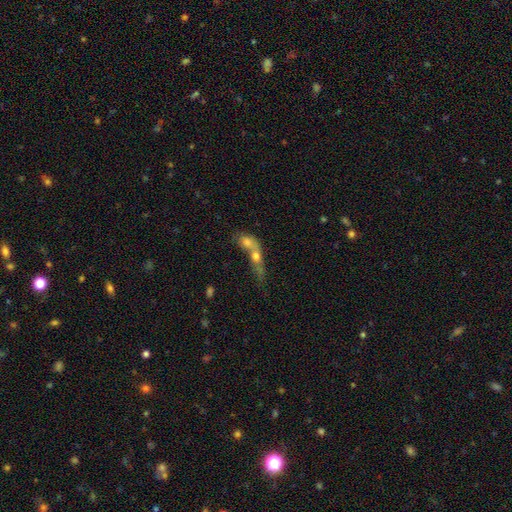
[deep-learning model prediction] Smooth or featured: smooth — 59% (featured or disk — 30%)
How rounded: in between — 49% (round — 31%)
Merging: merger — 79% (none — 11%)